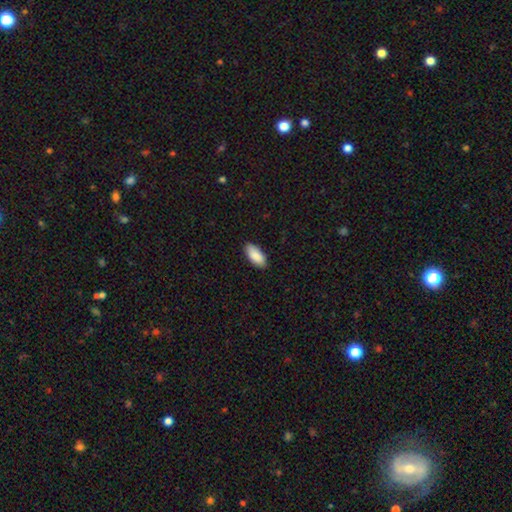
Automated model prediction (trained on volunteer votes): Morphology: type=smooth (90%); roundness=in between (91%); merging=none (88%).